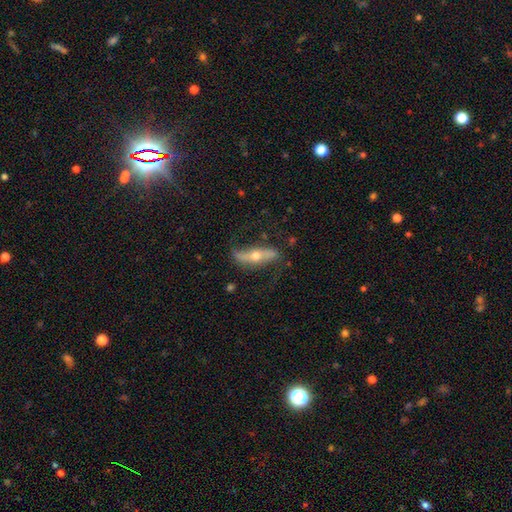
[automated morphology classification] This appears to be a featured or disk galaxy (74%). Merging: none (72%).